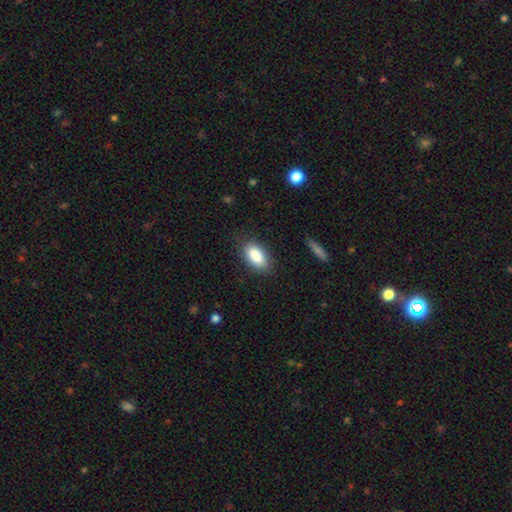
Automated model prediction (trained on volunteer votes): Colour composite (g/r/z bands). It shows a smooth galaxy with no disk features (86%) that is in between round and cigar-shaped (91%). Merging: none (83%).